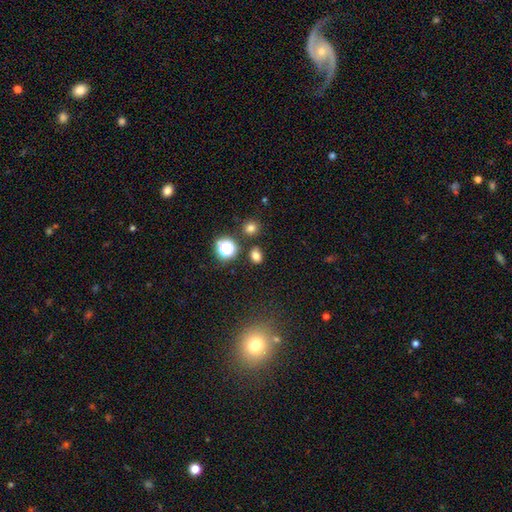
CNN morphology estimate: Smooth or featured? smooth (72%)
How rounded? in between (55%)
Merging? none (81%)